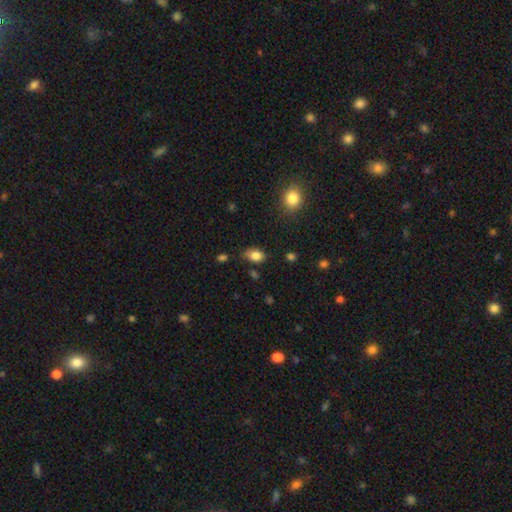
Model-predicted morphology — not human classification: Smooth or featured: smooth — 83% (star or artifact — 10%)
How rounded: in between — 80% (round — 18%)
Merging: none — 64% (minor disturbance — 27%)